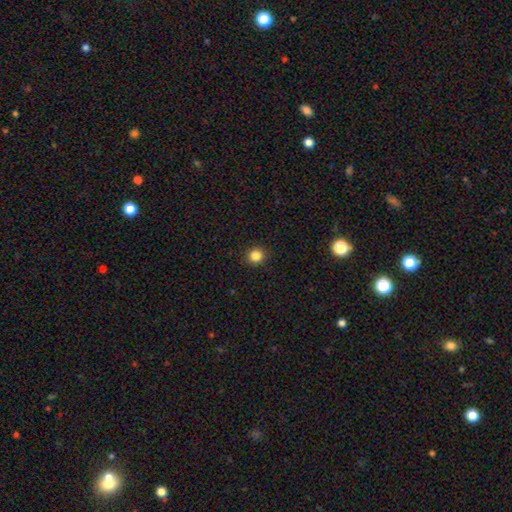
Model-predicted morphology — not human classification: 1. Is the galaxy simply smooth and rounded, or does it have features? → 83% smooth, 13% star or artifact, 4% featured or disk.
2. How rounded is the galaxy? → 93% round, 6% in between, 1% cigar-shaped.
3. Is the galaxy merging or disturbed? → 93% none, 5% minor disturbance, 2% major disturbance, 1% merger.